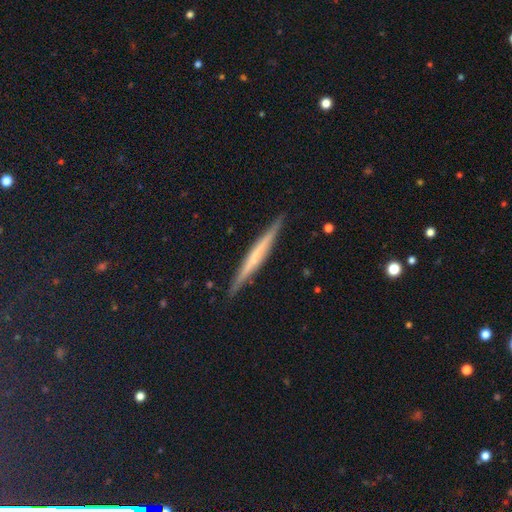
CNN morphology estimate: smooth-or-featured: featured or disk: 62% | smooth: 31% | star or artifact: 7%
  disk-edge-on: yes: 97% | no: 3%
    edge-on-bulge: none: 68% | rounded: 20% | boxy: 12%
  merging: none: 90% | minor disturbance: 7% | major disturbance: 1% | merger: 1%